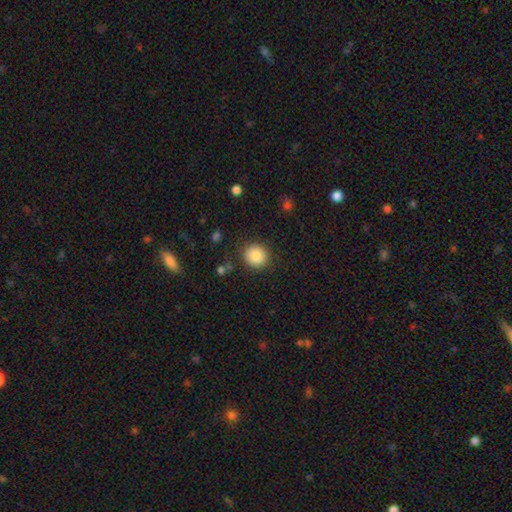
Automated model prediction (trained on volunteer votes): A smooth galaxy with no disk features (87%) that is round (89%).

Vote fractions:
- Smooth or featured? smooth: 87% / star or artifact: 9% / featured or disk: 4%
- How rounded? round: 89% / in between: 10% / cigar-shaped: 1%
- Merging? none: 87% / minor disturbance: 8% / major disturbance: 3% / merger: 1%